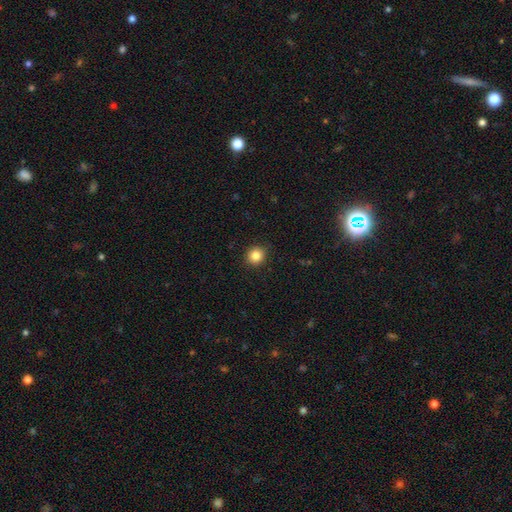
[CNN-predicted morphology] smooth 84%, star or artifact 11%, featured or disk 5%. Down the decision tree: how rounded — round (90%); merging — none (91%).